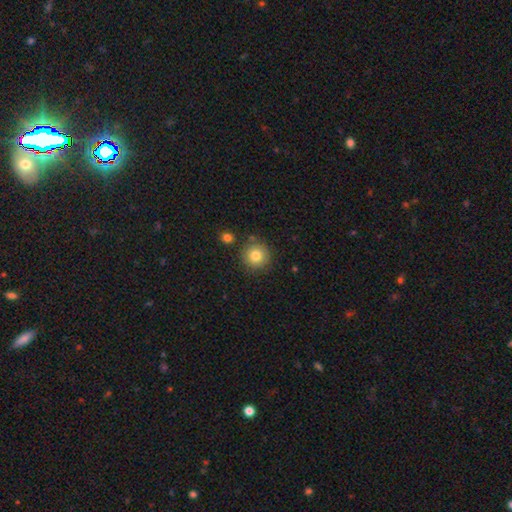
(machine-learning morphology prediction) smooth_or_featured: smooth (p=0.81) [alt: star or artifact p=0.11]
how_rounded: round (p=0.94) [alt: in between p=0.05]
merging: none (p=0.84) [alt: minor disturbance p=0.08]